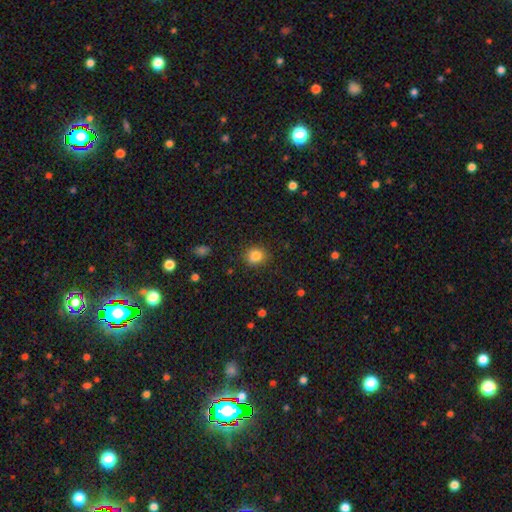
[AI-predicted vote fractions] Morphology: type=smooth (84%); roundness=round (78%); merging=none (86%).